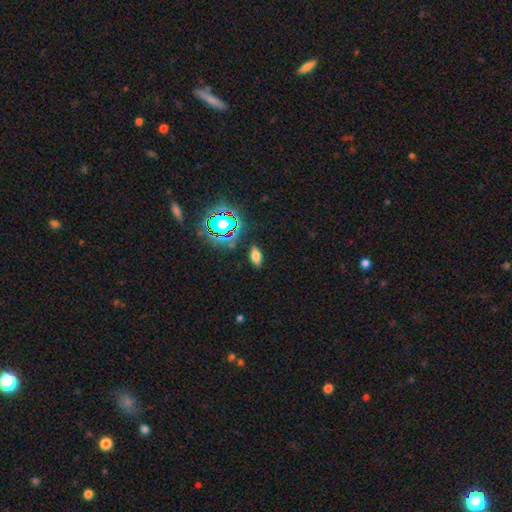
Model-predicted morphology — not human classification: Smooth or featured? Predicted: smooth (p=0.67). How rounded? Predicted: in between (p=0.86). Merging? Predicted: none (p=0.86).